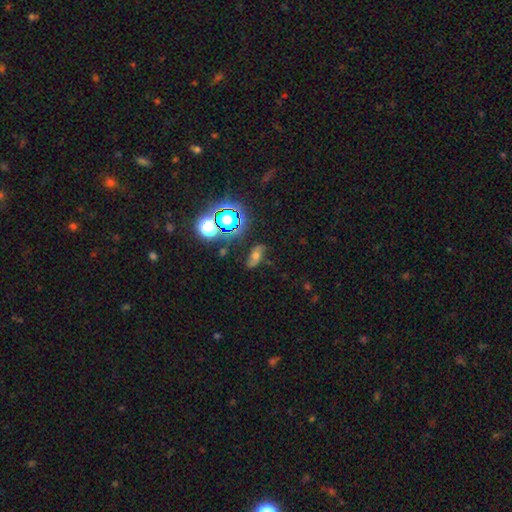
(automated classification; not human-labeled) Smooth or featured? Predicted: smooth (p=0.44). Merging? Predicted: none (p=0.70).